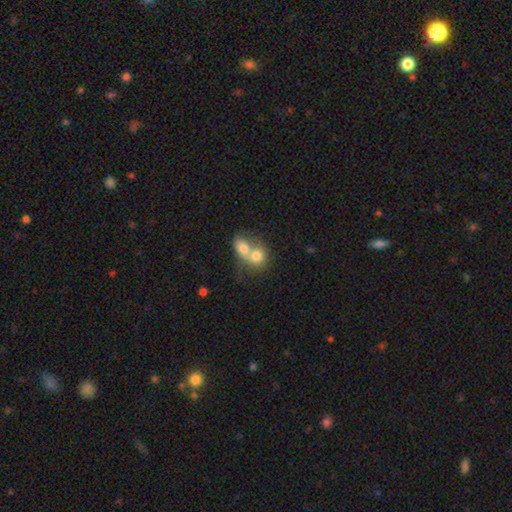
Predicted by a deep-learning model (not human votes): Smooth or featured?
  - smooth: 73% *
  - featured or disk: 19%
  - star or artifact: 8%
How rounded?
  - round: 56% *
  - in between: 43%
  - cigar-shaped: 1%
Merging?
  - merger: 78% *
  - none: 14%
  - minor disturbance: 5%
  - major disturbance: 3%